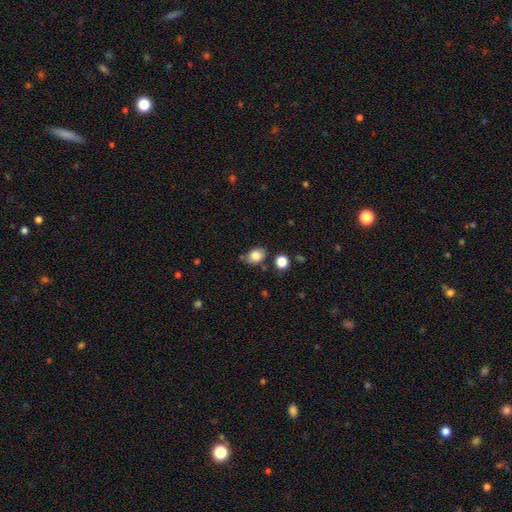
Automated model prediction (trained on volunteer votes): smooth_or_featured: smooth (p=0.84) [alt: star or artifact p=0.09]
how_rounded: in between (p=0.67) [alt: round p=0.32]
merging: none (p=0.66) [alt: minor disturbance p=0.22]